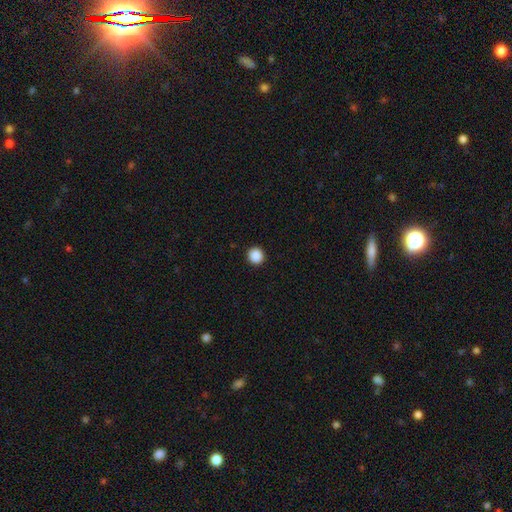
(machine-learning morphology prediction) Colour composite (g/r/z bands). It shows a smooth galaxy with no disk features (89%) that is round (94%). Merging: none (94%).